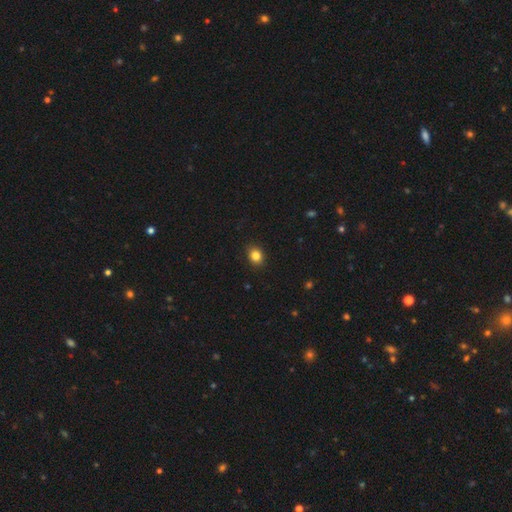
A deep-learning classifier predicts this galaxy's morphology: This appears to be a smooth galaxy with no disk features (84%) that is round (58%). Merging: none (89%).